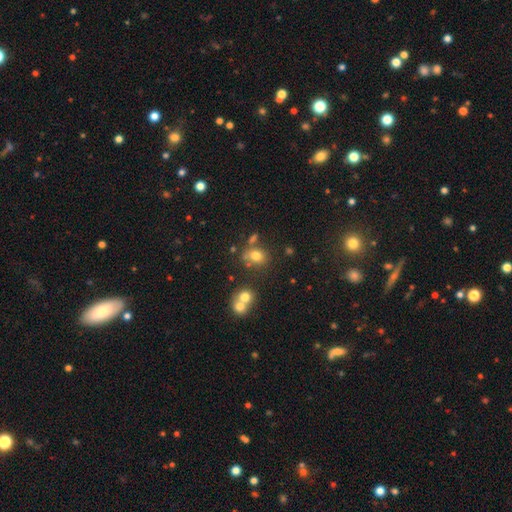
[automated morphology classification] Q: Smooth or featured?
A: smooth (74%); runner-up: star or artifact (15%)
Q: How rounded?
A: in between (50%); runner-up: round (49%)
Q: Merging?
A: none (60%); runner-up: merger (19%)